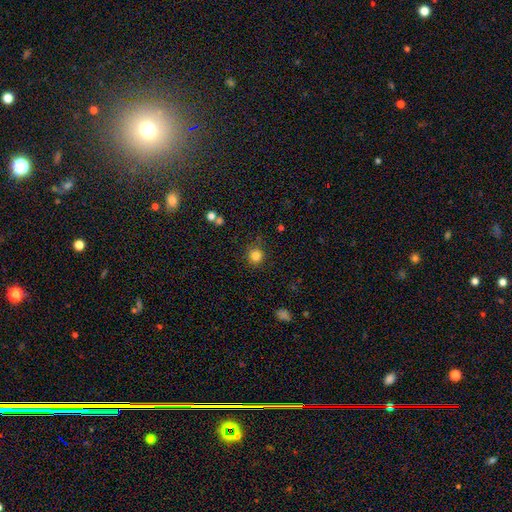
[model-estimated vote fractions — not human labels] Smooth or featured? Predicted: smooth (p=0.83). How rounded? Predicted: round (p=0.94). Merging? Predicted: none (p=0.88).